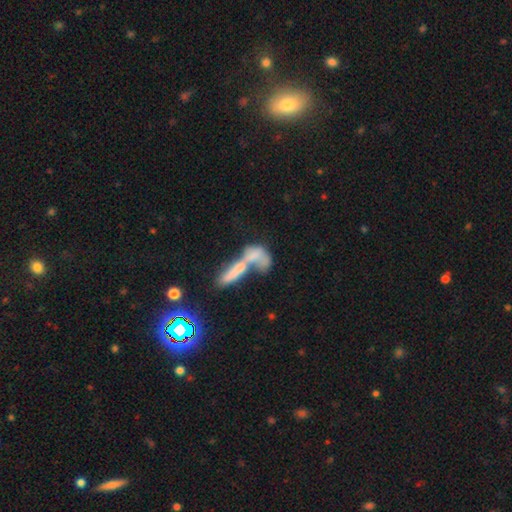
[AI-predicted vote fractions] smooth 56%, featured or disk 34%, star or artifact 10%. Down the decision tree: how rounded — in between (57%); merging — merger (69%).